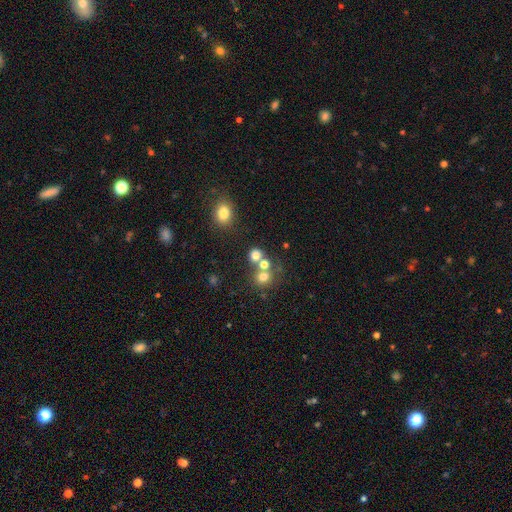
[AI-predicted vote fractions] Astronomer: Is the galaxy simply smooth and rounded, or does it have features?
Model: smooth — 72%.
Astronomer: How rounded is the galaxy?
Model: round — 79%.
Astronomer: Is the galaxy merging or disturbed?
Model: none — 51% (runner-up: merger, 36%).